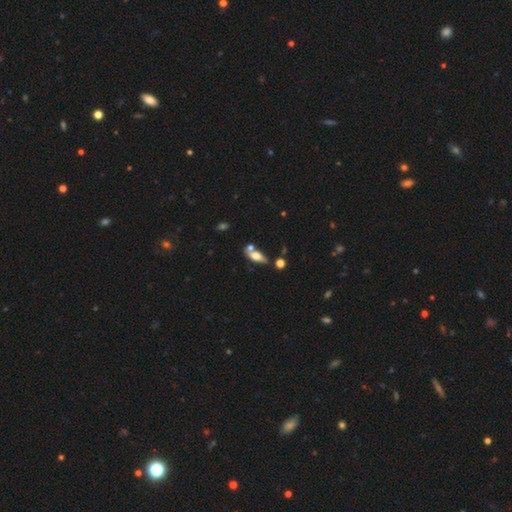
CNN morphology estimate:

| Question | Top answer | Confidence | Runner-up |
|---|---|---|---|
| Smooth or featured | smooth | 54% | featured or disk (38%) |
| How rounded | in between | 72% | cigar-shaped (24%) |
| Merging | none | 55% | merger (24%) |